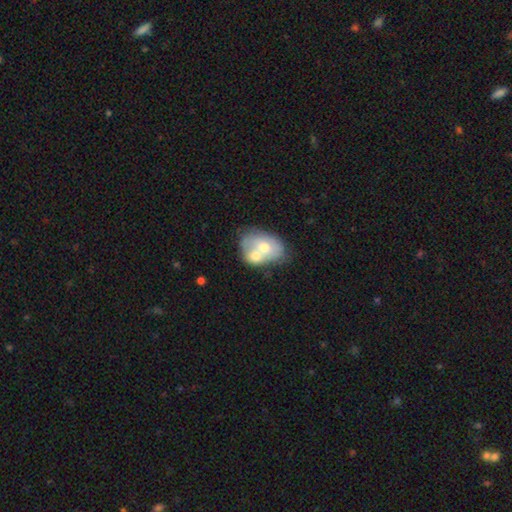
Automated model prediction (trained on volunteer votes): Smooth or featured?
  - smooth: 56% *
  - featured or disk: 37%
  - star or artifact: 7%
How rounded?
  - in between: 72% *
  - round: 27%
  - cigar-shaped: 1%
Merging?
  - merger: 67% *
  - none: 19%
  - minor disturbance: 9%
  - major disturbance: 4%